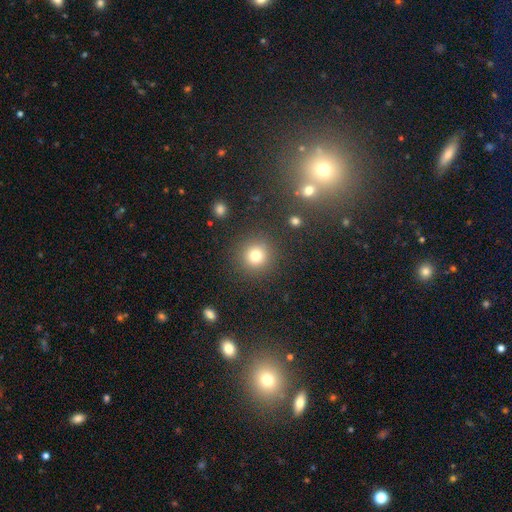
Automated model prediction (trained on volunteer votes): Morphology: type=smooth (78%); roundness=round (94%); merging=none (88%).